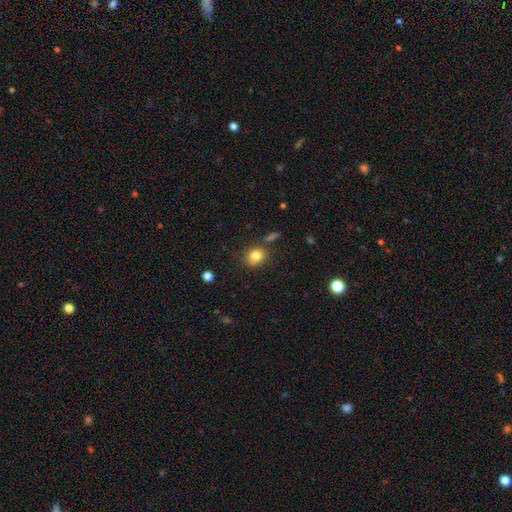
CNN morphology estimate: Overall: smooth (81%). How rounded: round (75%). Merging: none (79%).